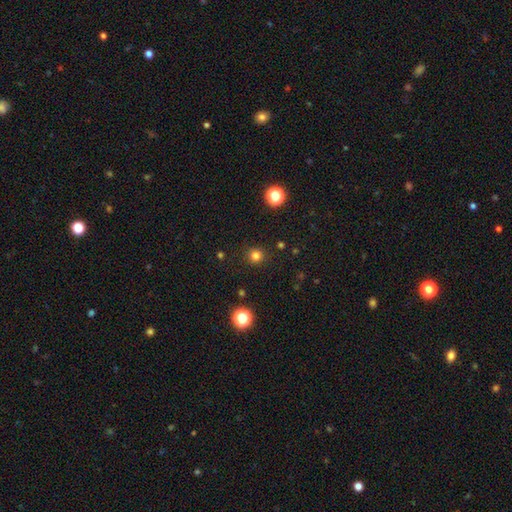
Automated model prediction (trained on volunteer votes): Smooth or featured?
  - smooth: 80% *
  - star or artifact: 16%
  - featured or disk: 4%
How rounded?
  - round: 94% *
  - in between: 5%
  - cigar-shaped: 1%
Merging?
  - none: 91% *
  - minor disturbance: 6%
  - major disturbance: 2%
  - merger: 1%